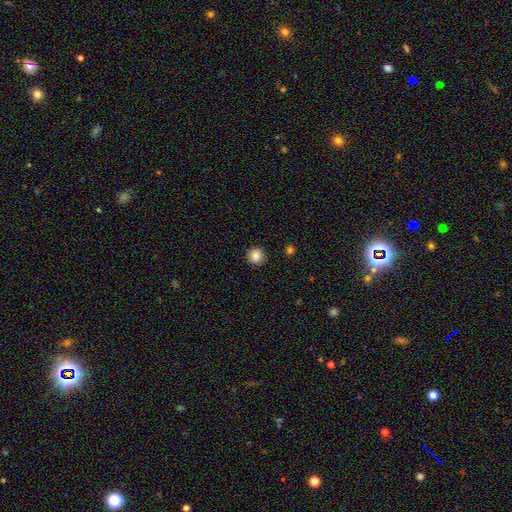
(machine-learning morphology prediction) A smooth galaxy with no disk features (86%) that is round (92%). Merging: none (92%).